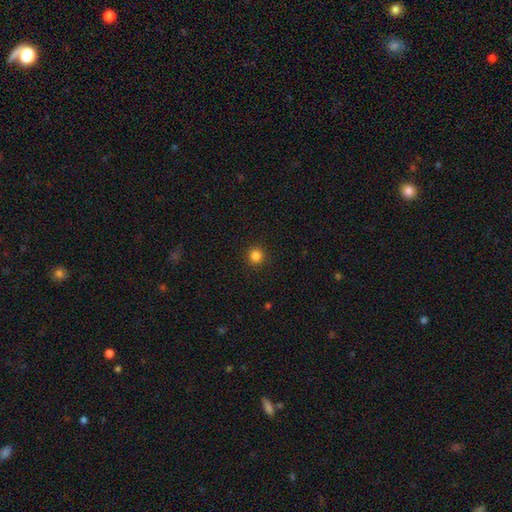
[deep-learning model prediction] Smooth or featured: smooth — 84% (star or artifact — 12%)
How rounded: round — 95% (in between — 4%)
Merging: none — 92% (minor disturbance — 5%)